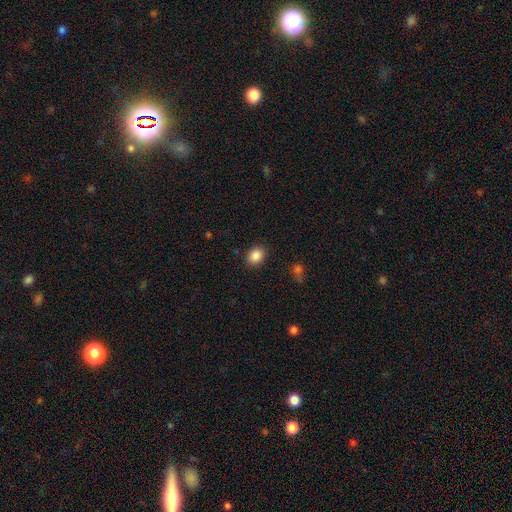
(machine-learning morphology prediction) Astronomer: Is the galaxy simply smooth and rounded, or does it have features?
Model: smooth — 86%.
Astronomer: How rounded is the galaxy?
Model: in between — 56% (runner-up: round, 43%).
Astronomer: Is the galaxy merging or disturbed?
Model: none — 88%.